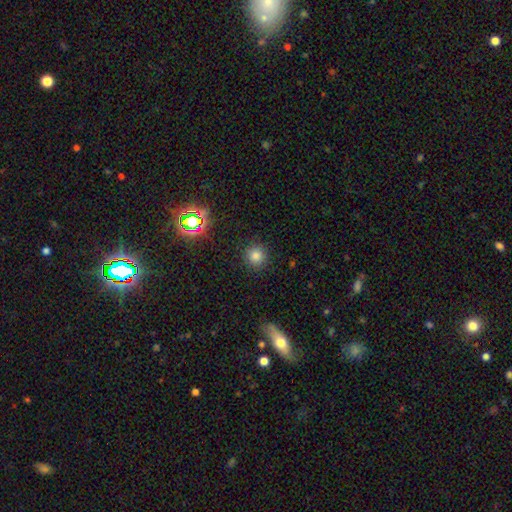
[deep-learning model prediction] Smooth or featured: smooth — 79% (star or artifact — 17%)
How rounded: round — 94% (in between — 5%)
Merging: none — 90% (minor disturbance — 6%)